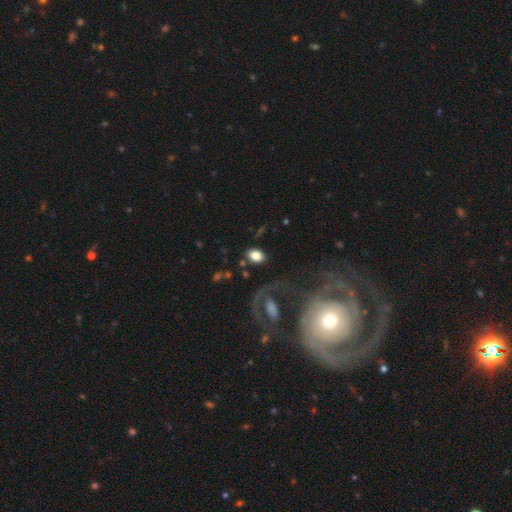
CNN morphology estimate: The model was most divided on "how rounded": in between: 76%, round: 23%, cigar-shaped: 1%. More confident: merging — none (81%); smooth or featured — smooth (79%).